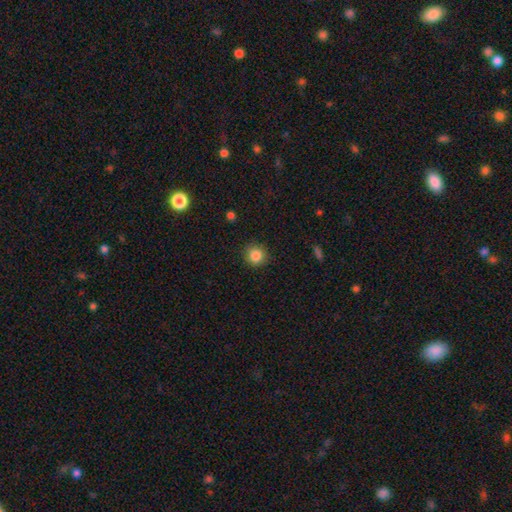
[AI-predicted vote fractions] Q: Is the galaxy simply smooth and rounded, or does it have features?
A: smooth — 86%.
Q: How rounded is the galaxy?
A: round — 91%.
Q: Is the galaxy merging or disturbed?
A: none — 88%.